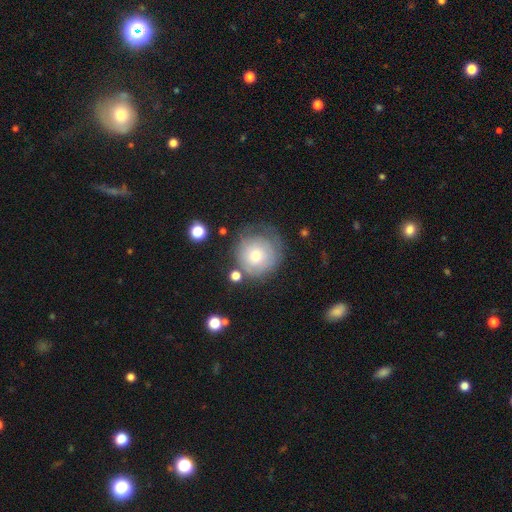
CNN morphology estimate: Overall: smooth (54%; featured or disk 37%). How rounded: round (92%). Merging: none (60%; minor disturbance 23%).